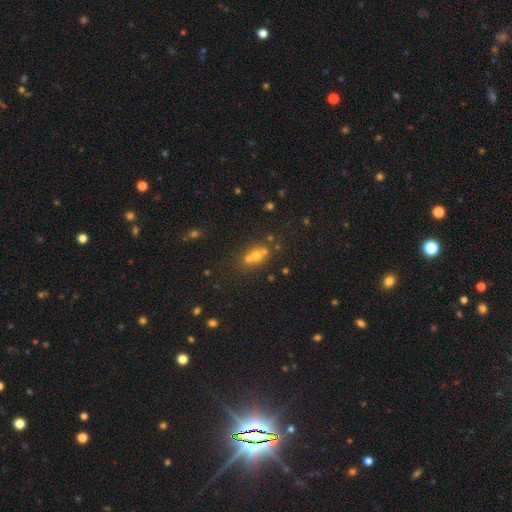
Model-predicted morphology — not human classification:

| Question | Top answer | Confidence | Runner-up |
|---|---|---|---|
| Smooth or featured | smooth | 52% | star or artifact (26%) |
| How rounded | round | 71% | in between (27%) |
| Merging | merger | 49% | none (40%) |